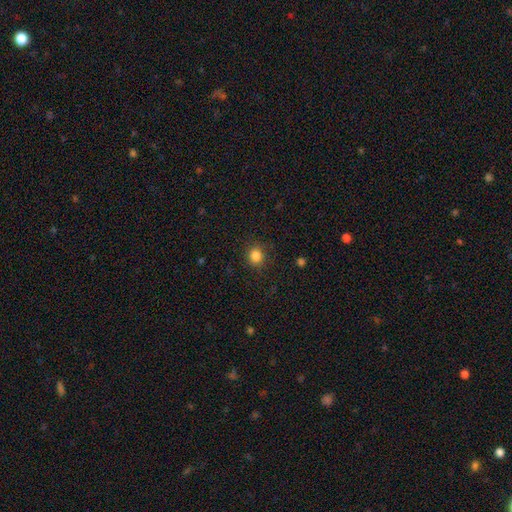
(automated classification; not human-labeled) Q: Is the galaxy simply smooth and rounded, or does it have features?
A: smooth — 84%.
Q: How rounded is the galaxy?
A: round — 85%.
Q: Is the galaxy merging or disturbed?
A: none — 88%.